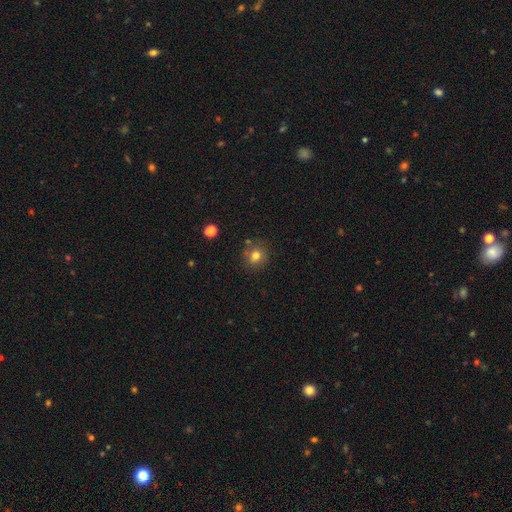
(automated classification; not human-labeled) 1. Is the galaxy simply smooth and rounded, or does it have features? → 76% smooth, 14% star or artifact, 10% featured or disk.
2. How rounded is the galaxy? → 84% round, 15% in between, 1% cigar-shaped.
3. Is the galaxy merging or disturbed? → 78% none, 12% minor disturbance, 7% merger, 3% major disturbance.